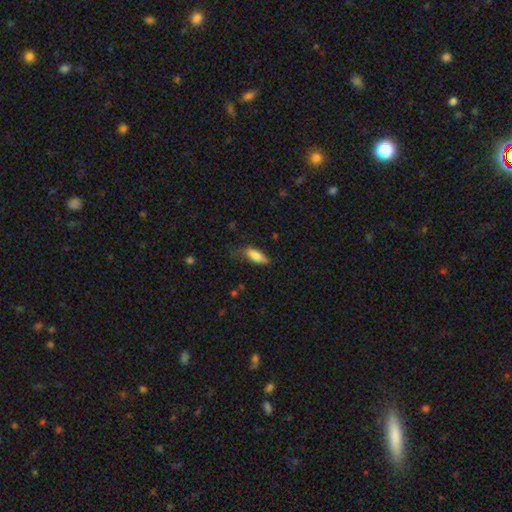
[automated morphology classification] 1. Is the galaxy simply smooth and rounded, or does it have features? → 81% smooth, 13% featured or disk, 7% star or artifact.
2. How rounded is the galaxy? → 66% in between, 32% cigar-shaped, 2% round.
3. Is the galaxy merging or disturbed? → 59% none, 30% minor disturbance, 10% major disturbance, 2% merger.